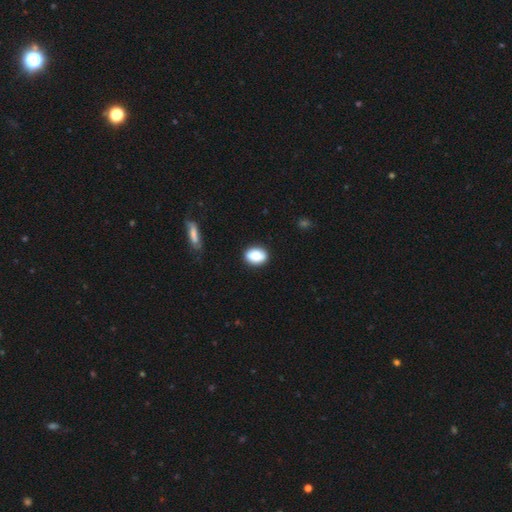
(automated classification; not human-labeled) smooth-or-featured: smooth: 84% | featured or disk: 8% | star or artifact: 8%
  how-rounded: in between: 74% | round: 24% | cigar-shaped: 2%
  merging: none: 82% | minor disturbance: 13% | major disturbance: 3% | merger: 2%